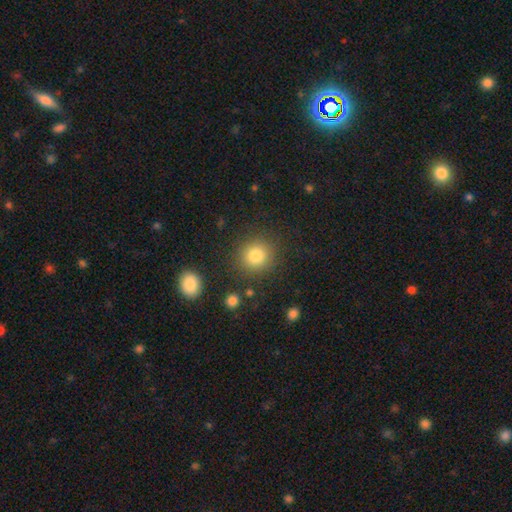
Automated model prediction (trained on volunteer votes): The model was most divided on "smooth or featured": smooth: 82%, star or artifact: 11%, featured or disk: 7%. More confident: how rounded — round (89%); merging — none (85%).